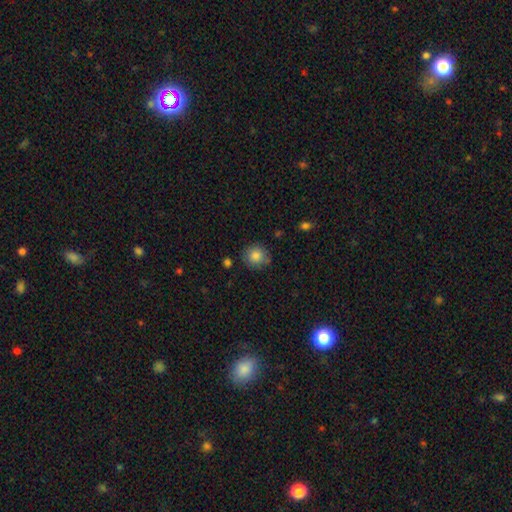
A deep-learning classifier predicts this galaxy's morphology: Smooth or featured?
  - smooth: 85% *
  - star or artifact: 9%
  - featured or disk: 6%
How rounded?
  - round: 89% *
  - in between: 11%
  - cigar-shaped: 1%
Merging?
  - none: 81% *
  - minor disturbance: 14%
  - major disturbance: 3%
  - merger: 3%